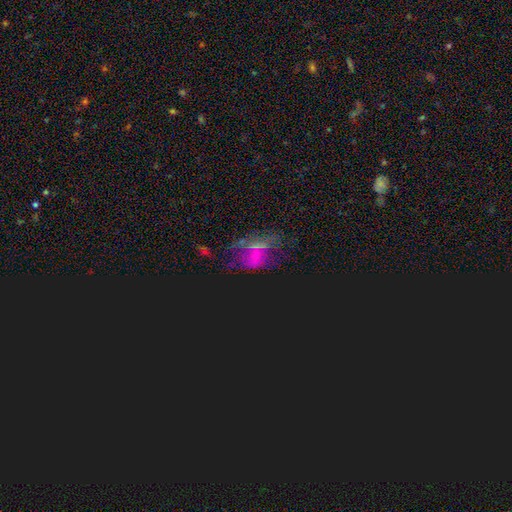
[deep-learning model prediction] Q: Smooth or featured?
A: star or artifact (51%); runner-up: featured or disk (26%)